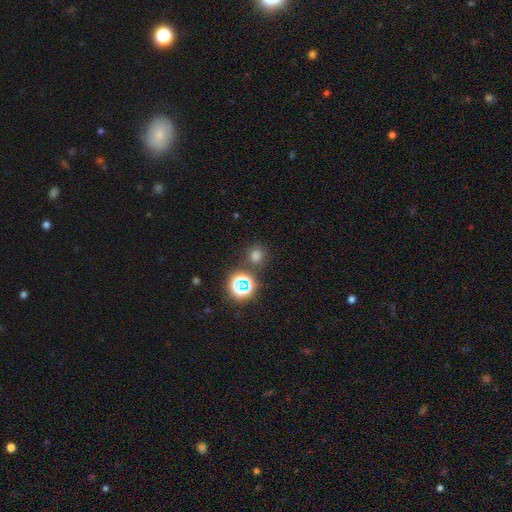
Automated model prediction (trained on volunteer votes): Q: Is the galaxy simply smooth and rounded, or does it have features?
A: smooth — 69%.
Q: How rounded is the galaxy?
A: round — 89%.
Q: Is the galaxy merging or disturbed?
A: none — 81%.